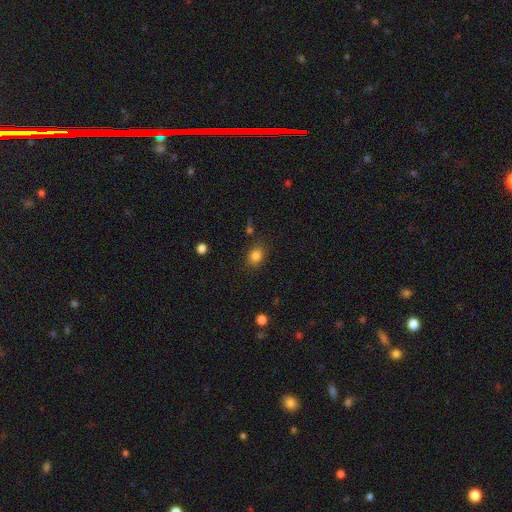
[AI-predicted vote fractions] A smooth galaxy with no disk features (83%) that is in between round and cigar-shaped (56%). Merging: none (80%).